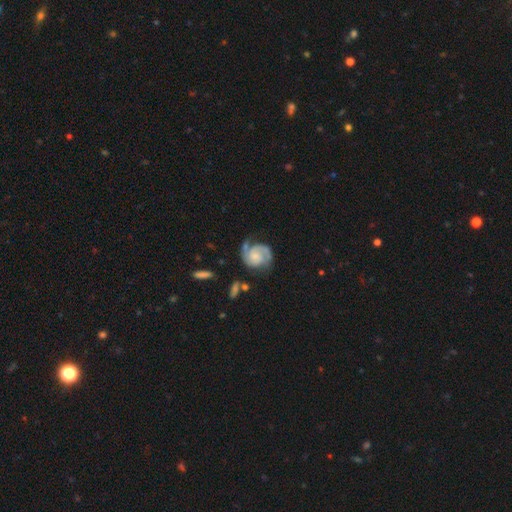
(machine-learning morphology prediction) This appears to be a featured or disk galaxy (81%) with no bar (65%), 2 (79%) tight (44%) spiral arms (96%) and a small central bulge (47%). Merging: none (59%).